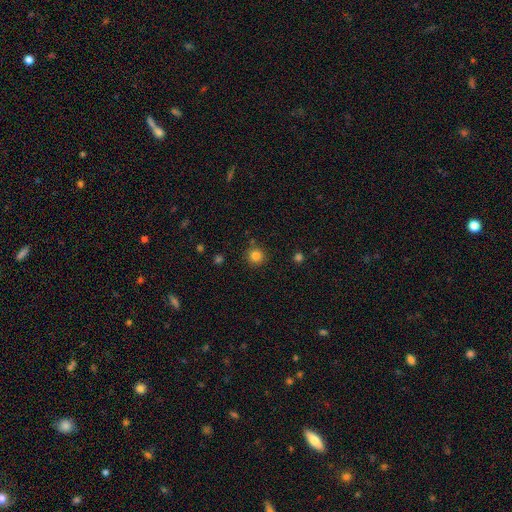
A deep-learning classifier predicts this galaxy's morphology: type=smooth (83%); roundness=round (94%); merging=none (87%).